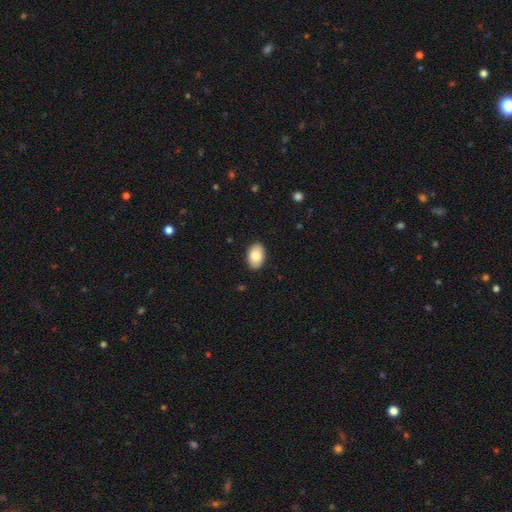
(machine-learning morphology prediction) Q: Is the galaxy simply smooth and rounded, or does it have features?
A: smooth — 87%.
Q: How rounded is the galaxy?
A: in between — 90%.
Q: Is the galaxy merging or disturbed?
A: none — 89%.